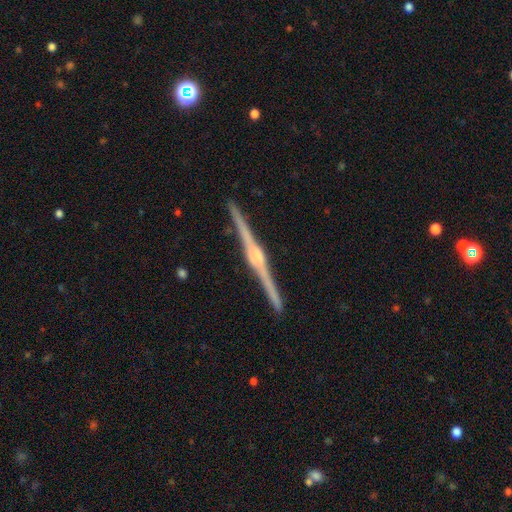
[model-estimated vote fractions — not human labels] The model was most divided on "edge-on bulge": rounded: 75%, boxy: 19%, none: 6%. More confident: edge-on disk — yes (99%); merging — none (92%); smooth or featured — featured or disk (89%).